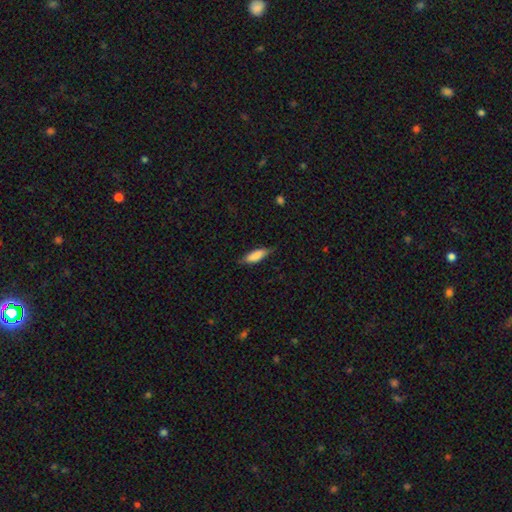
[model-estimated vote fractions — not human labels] The model was most divided on "how rounded": in between: 59%, cigar-shaped: 39%, round: 2%. More confident: smooth or featured — smooth (84%); merging — none (77%).